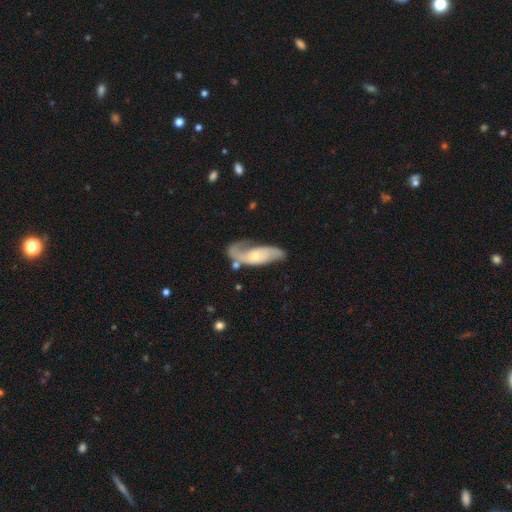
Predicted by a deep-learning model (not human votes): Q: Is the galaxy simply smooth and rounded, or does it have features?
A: featured or disk — 73%.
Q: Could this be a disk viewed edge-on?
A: no — 90%.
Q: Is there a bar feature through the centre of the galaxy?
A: no — 66%.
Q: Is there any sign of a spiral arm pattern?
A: yes — 89%.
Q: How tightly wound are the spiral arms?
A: loose — 44%.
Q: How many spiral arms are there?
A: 2 — 72%.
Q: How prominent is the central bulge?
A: small — 57%.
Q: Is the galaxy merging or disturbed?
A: none — 47%.